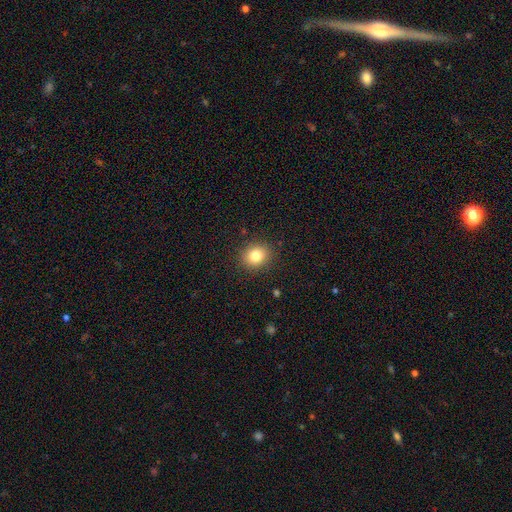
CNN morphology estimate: Q: Smooth or featured?
A: smooth (81%); runner-up: star or artifact (11%)
Q: How rounded?
A: round (75%); runner-up: in between (24%)
Q: Merging?
A: none (89%); runner-up: minor disturbance (7%)